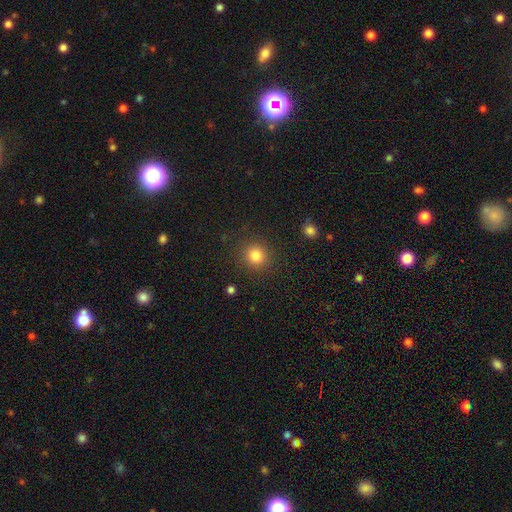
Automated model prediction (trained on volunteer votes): Smooth or featured? Predicted: smooth (p=0.83). How rounded? Predicted: round (p=0.92). Merging? Predicted: none (p=0.89).